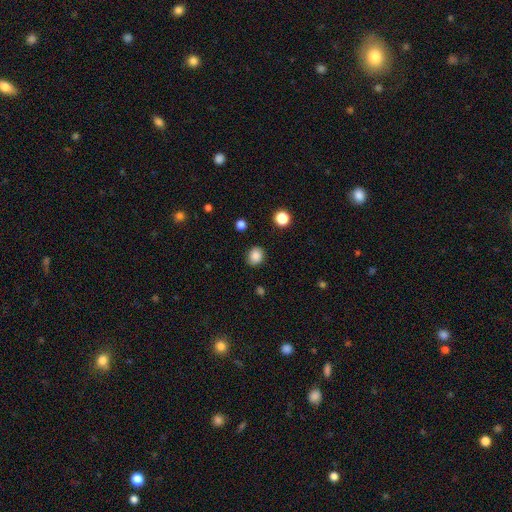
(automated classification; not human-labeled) smooth-or-featured: smooth: 86% | star or artifact: 10% | featured or disk: 4%
  how-rounded: round: 70% | in between: 29% | cigar-shaped: 1%
  merging: none: 83% | minor disturbance: 12% | major disturbance: 3% | merger: 2%